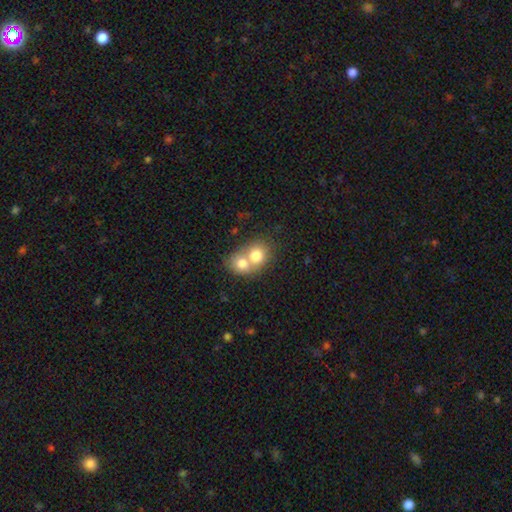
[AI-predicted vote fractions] smooth-or-featured: smooth: 73% | featured or disk: 18% | star or artifact: 9%
  how-rounded: round: 68% | in between: 31% | cigar-shaped: 1%
  merging: merger: 71% | none: 21% | minor disturbance: 5% | major disturbance: 2%